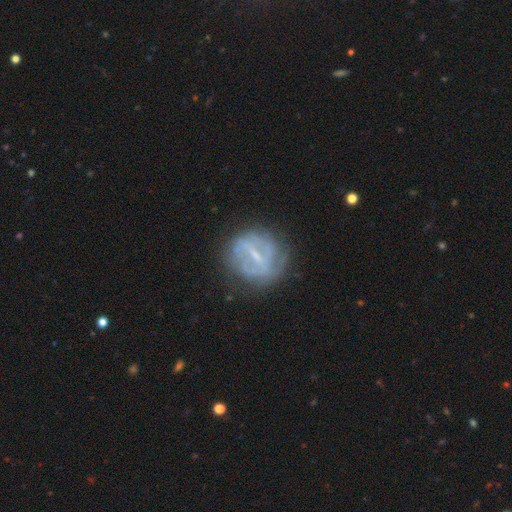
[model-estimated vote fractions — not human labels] Smooth or featured?
  - featured or disk: 71% *
  - smooth: 21%
  - star or artifact: 9%
Edge-on disk?
  - no: 95% *
  - yes: 5%
Bar?
  - strong: 47% *
  - weak: 41%
  - no: 12%
Spiral arms?
  - yes: 58% *
  - no: 42%
Bulge size?
  - small: 59% *
  - none: 21%
  - moderate: 18%
  - large: 1%
  - dominant: 1%
Merging?
  - none: 72% *
  - minor disturbance: 17%
  - major disturbance: 10%
  - merger: 2%